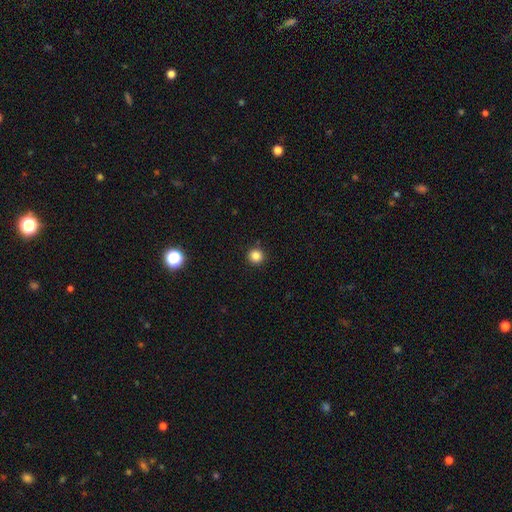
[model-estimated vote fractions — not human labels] smooth_or_featured: smooth (p=0.84) [alt: star or artifact p=0.12]
how_rounded: round (p=0.94) [alt: in between p=0.05]
merging: none (p=0.91) [alt: minor disturbance p=0.06]